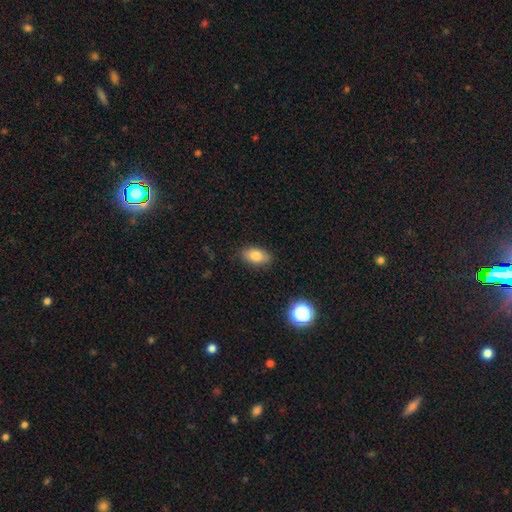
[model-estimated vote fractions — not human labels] smooth_or_featured: smooth (p=0.82) [alt: featured or disk p=0.09]
how_rounded: in between (p=0.89) [alt: round p=0.08]
merging: none (p=0.86) [alt: minor disturbance p=0.10]